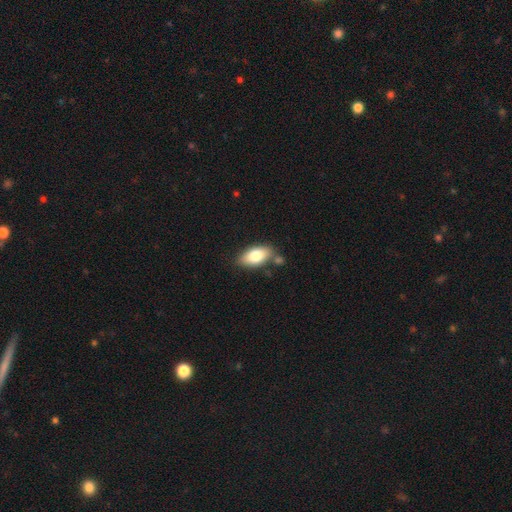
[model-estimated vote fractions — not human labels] This appears to be a smooth galaxy with no disk features (78%) that is in between round and cigar-shaped (92%). Merging: none (72%).